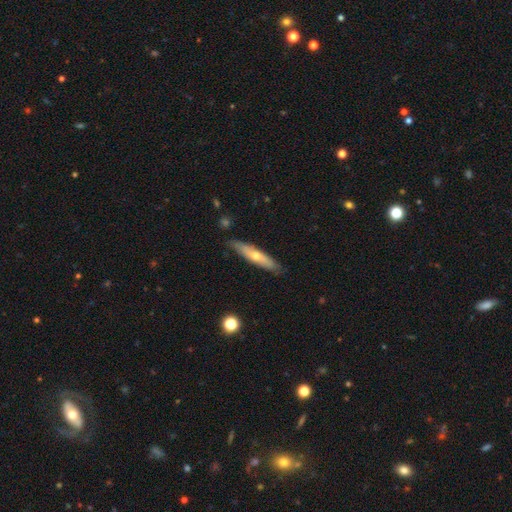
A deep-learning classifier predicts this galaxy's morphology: smooth_or_featured: featured or disk (p=0.48) [alt: smooth p=0.47]
merging: none (p=0.84) [alt: minor disturbance p=0.13]